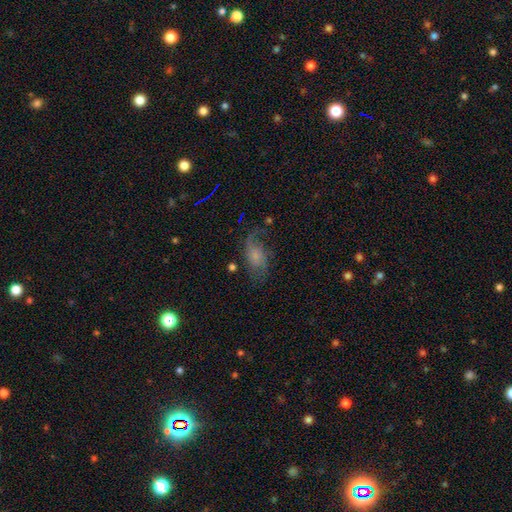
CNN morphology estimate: Overall: featured or disk (58%; smooth 31%). Edge-on disk: no (95%). Bar: no (72%). Spiral arms: yes (86%). Bulge size: small (53%; none 22%). Merging: none (53%; minor disturbance 23%).